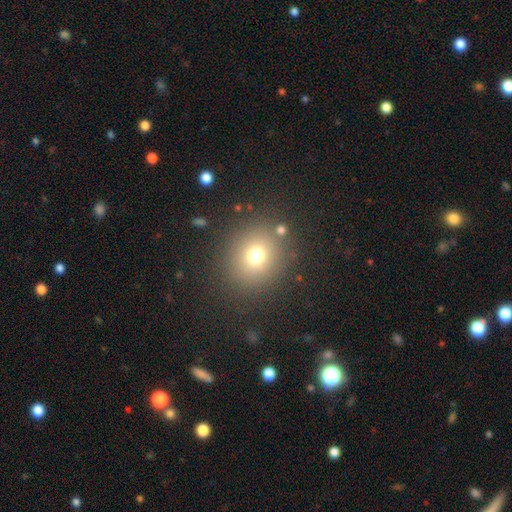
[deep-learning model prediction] smooth-or-featured: smooth: 71% | star or artifact: 18% | featured or disk: 10%
  how-rounded: round: 83% | in between: 16% | cigar-shaped: 1%
  merging: none: 84% | minor disturbance: 8% | major disturbance: 4% | merger: 4%